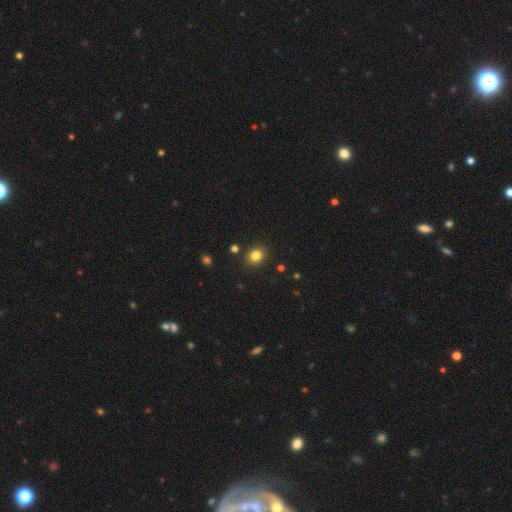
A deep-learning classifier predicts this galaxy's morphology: Q: Smooth or featured?
A: smooth (82%); runner-up: star or artifact (12%)
Q: How rounded?
A: round (57%); runner-up: in between (42%)
Q: Merging?
A: none (87%); runner-up: minor disturbance (8%)